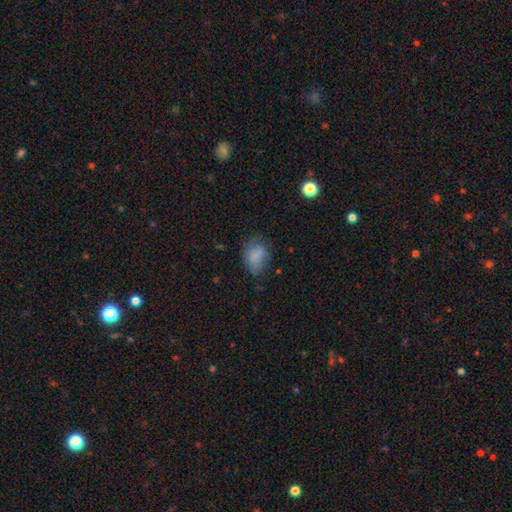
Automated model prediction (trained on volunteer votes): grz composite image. It shows a smooth galaxy with no disk features (76%) that is in between round and cigar-shaped (74%). Merging: none (54%).